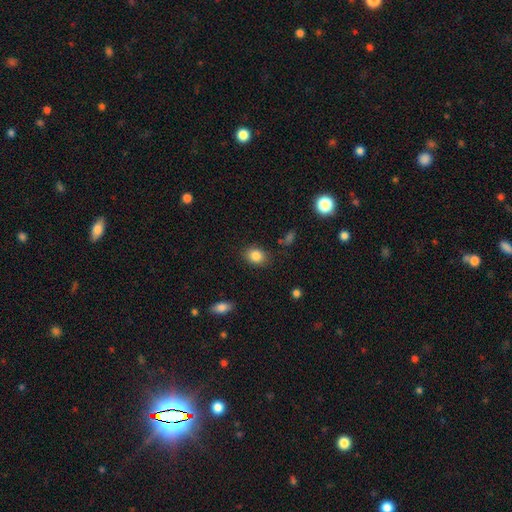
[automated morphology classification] This appears to be a smooth galaxy with no disk features (85%) that is in between round and cigar-shaped (58%). Merging: none (85%).